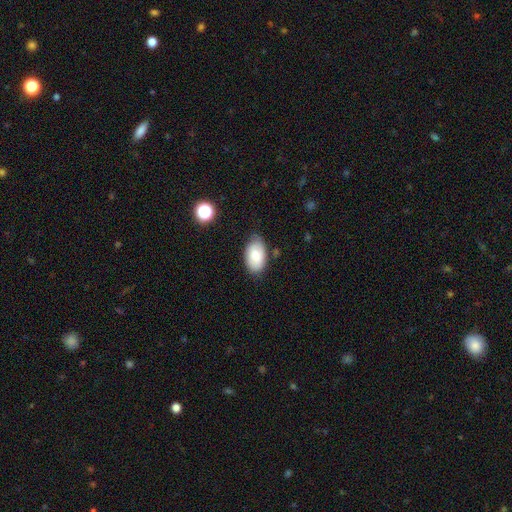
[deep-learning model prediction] Smooth or featured: smooth — 80% (featured or disk — 13%)
How rounded: in between — 93% (round — 5%)
Merging: none — 72% (minor disturbance — 22%)